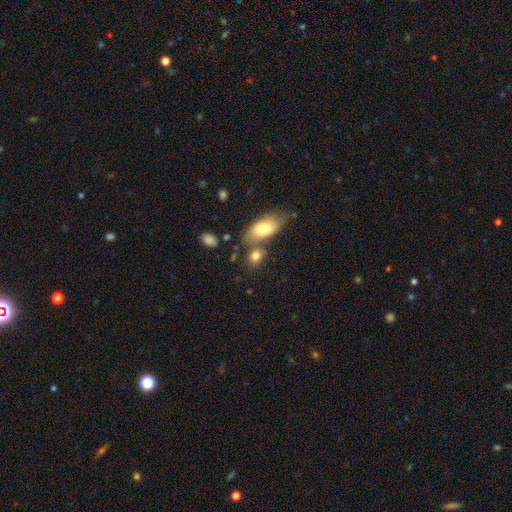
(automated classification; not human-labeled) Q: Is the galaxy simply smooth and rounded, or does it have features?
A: smooth — 80%.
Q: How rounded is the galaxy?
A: in between — 54%.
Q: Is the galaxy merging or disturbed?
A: none — 55%.